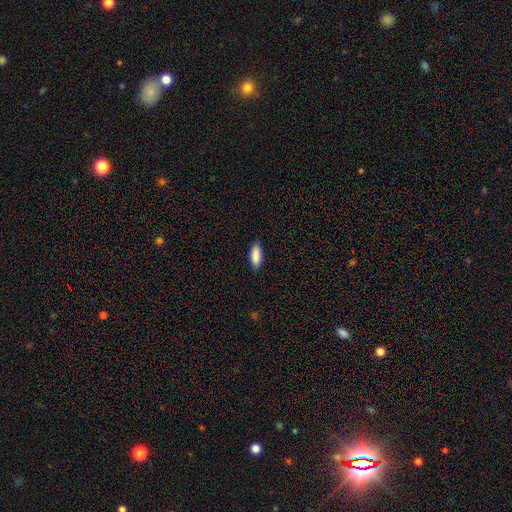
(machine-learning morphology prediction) smooth 88%, star or artifact 6%, featured or disk 6%. Down the decision tree: how rounded — in between (71%); merging — none (88%).